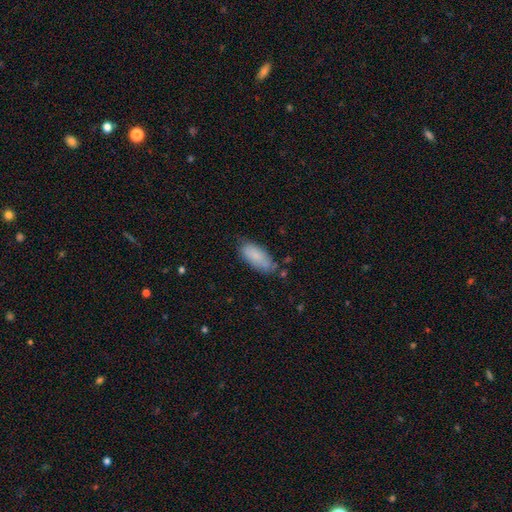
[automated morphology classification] Smooth or featured? Predicted: smooth (p=0.82). How rounded? Predicted: in between (p=0.86). Merging? Predicted: none (p=0.67).